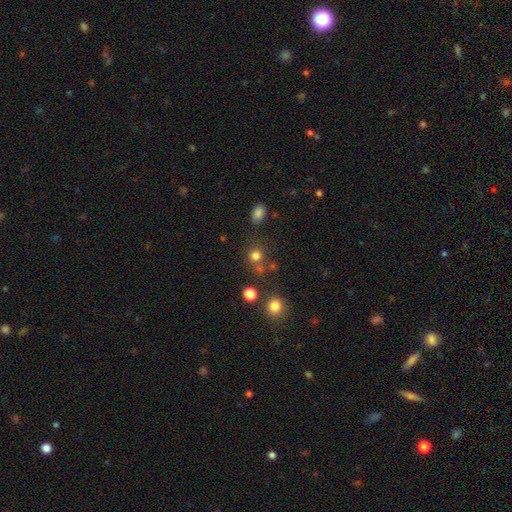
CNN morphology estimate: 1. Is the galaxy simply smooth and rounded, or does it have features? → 77% smooth, 17% star or artifact, 6% featured or disk.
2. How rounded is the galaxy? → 87% round, 12% in between, 1% cigar-shaped.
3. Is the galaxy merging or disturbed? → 68% none, 16% merger, 11% minor disturbance, 5% major disturbance.